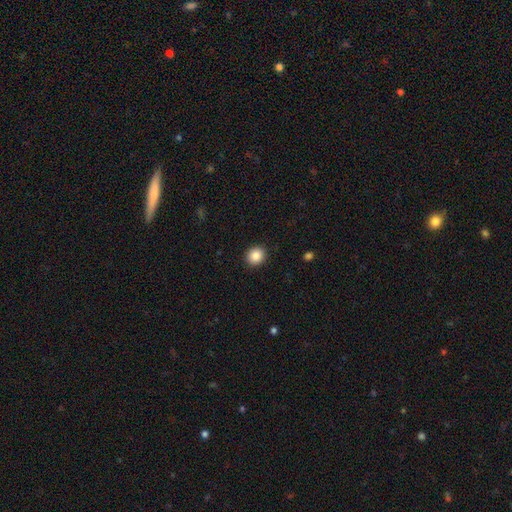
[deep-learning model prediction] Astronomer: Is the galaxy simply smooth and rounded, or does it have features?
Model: smooth — 86%.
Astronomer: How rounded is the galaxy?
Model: round — 79%.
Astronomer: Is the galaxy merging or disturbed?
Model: none — 92%.